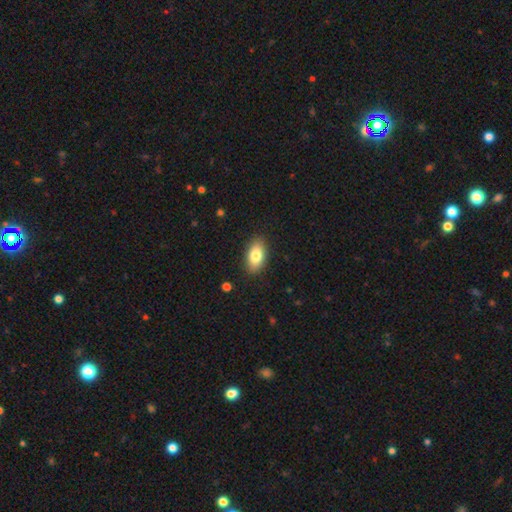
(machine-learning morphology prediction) Smooth or featured? smooth (81%)
How rounded? in between (91%)
Merging? none (89%)